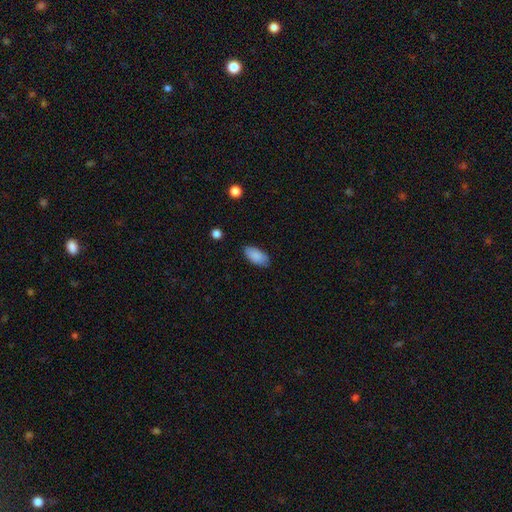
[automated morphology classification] Smooth or featured: smooth — 88% (star or artifact — 7%)
How rounded: in between — 92% (cigar-shaped — 6%)
Merging: none — 83% (minor disturbance — 14%)